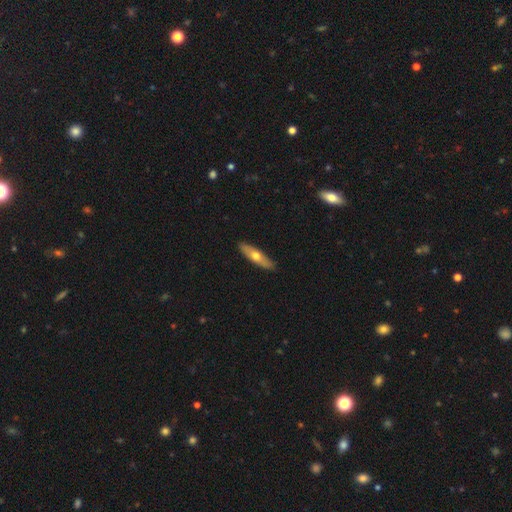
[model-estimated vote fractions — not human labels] This appears to be a smooth galaxy with no disk features (53%) that is cigar-shaped (68%). Merging: none (90%).